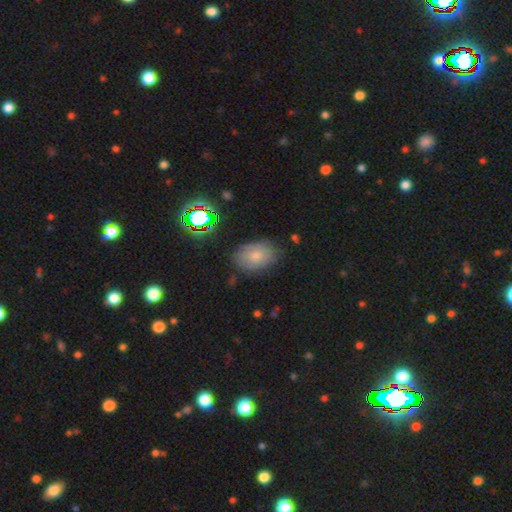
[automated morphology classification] Smooth or featured?
  - smooth: 73% *
  - featured or disk: 14%
  - star or artifact: 13%
How rounded?
  - in between: 82% *
  - round: 17%
  - cigar-shaped: 1%
Merging?
  - none: 78% *
  - minor disturbance: 16%
  - major disturbance: 4%
  - merger: 2%